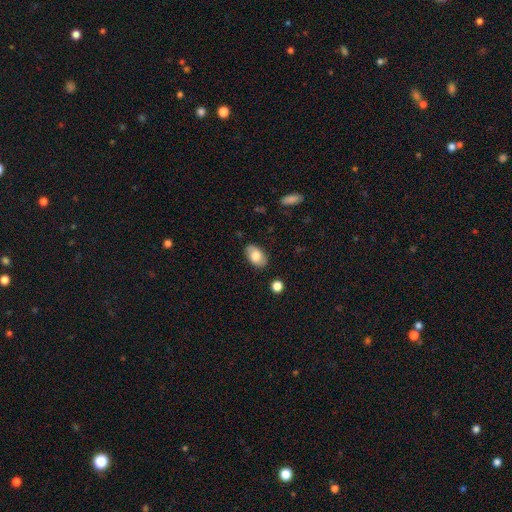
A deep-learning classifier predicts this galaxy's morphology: The model was most divided on "smooth or featured": smooth: 72%, featured or disk: 21%, star or artifact: 7%. More confident: how rounded — in between (92%); merging — none (83%).